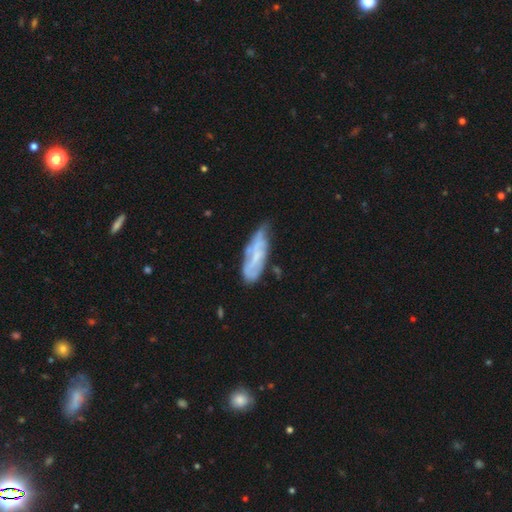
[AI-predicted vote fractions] featured or disk 58%, smooth 34%, star or artifact 8%. Down the decision tree: edge-on disk — no (81%); merging — none (44%).